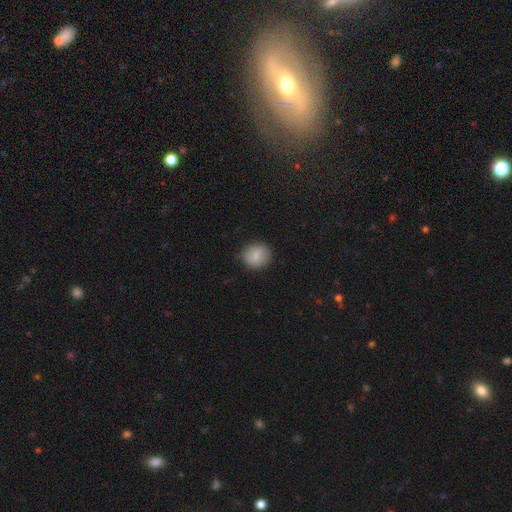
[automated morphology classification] smooth 82%, featured or disk 10%, star or artifact 8%. Down the decision tree: how rounded — round (82%); merging — none (86%).